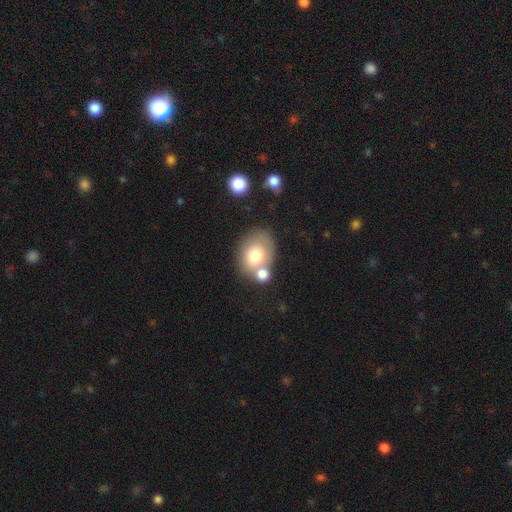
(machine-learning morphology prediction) smooth 73%, featured or disk 18%, star or artifact 9%. Down the decision tree: how rounded — in between (57%); merging — none (50%).